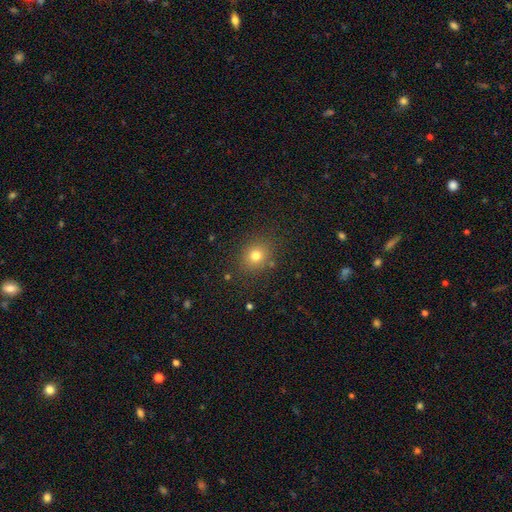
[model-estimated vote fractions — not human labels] A smooth galaxy with no disk features (76%) that is round (76%).

Vote fractions:
- Smooth or featured? smooth: 76% / star or artifact: 16% / featured or disk: 8%
- How rounded? round: 76% / in between: 23% / cigar-shaped: 1%
- Merging? none: 84% / minor disturbance: 10% / major disturbance: 4% / merger: 2%